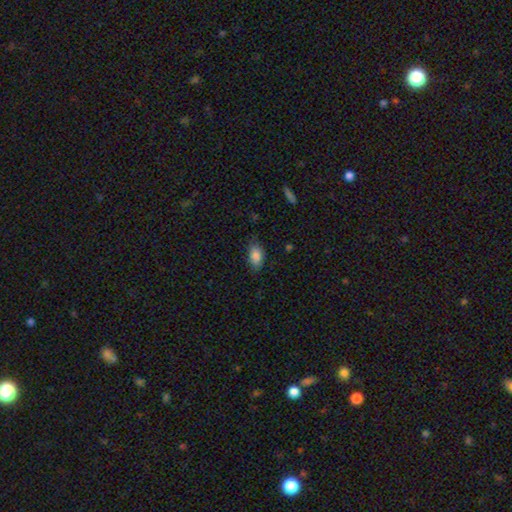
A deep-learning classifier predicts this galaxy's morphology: This is clearly a smooth galaxy (87%). How rounded: clearly in between (91%). Merging: likely none (77%).